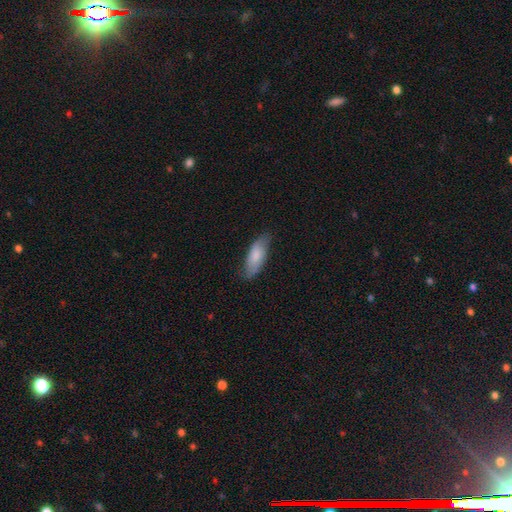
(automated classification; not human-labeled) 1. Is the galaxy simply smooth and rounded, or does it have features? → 76% smooth, 18% featured or disk, 6% star or artifact.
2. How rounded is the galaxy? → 78% in between, 20% cigar-shaped, 2% round.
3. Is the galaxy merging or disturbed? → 74% none, 21% minor disturbance, 4% major disturbance, 1% merger.